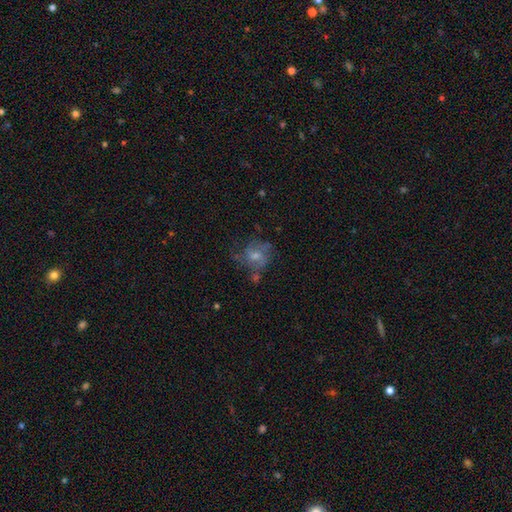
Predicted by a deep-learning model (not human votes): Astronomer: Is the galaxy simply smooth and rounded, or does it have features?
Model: featured or disk — 46% (runner-up: smooth, 43%).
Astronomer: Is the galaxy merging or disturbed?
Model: none — 44% (runner-up: minor disturbance, 24%).